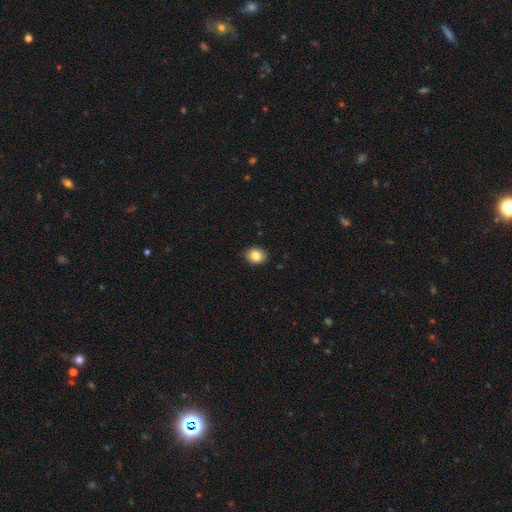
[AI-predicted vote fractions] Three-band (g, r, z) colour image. It shows a smooth galaxy with no disk features (85%) that is round (54%). Merging: none (90%).